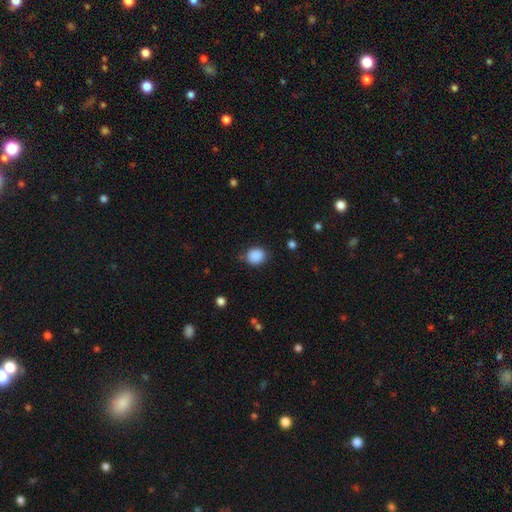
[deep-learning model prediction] Smooth or featured? Predicted: smooth (p=0.88). How rounded? Predicted: round (p=0.75). Merging? Predicted: none (p=0.82).